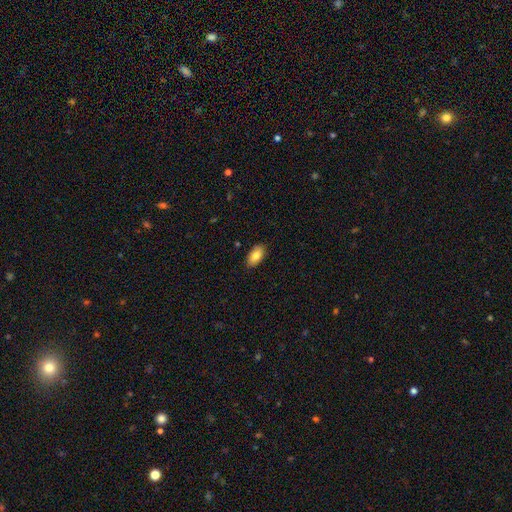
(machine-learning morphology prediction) A smooth galaxy with no disk features (82%) that is in between round and cigar-shaped (93%).

Vote fractions:
- Smooth or featured? smooth: 82% / featured or disk: 11% / star or artifact: 7%
- How rounded? in between: 93% / cigar-shaped: 4% / round: 3%
- Merging? none: 86% / minor disturbance: 10% / major disturbance: 2% / merger: 1%